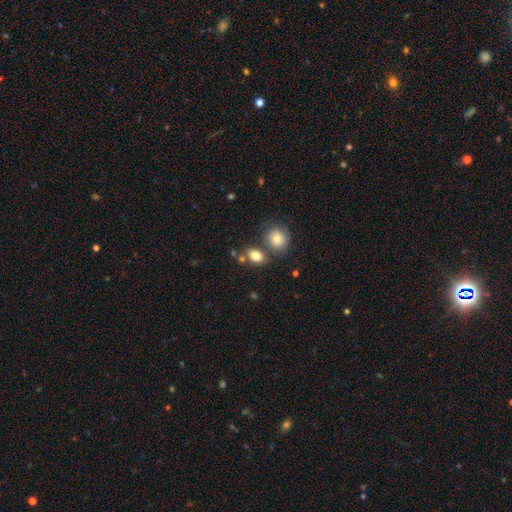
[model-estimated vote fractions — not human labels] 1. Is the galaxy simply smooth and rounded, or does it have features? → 82% smooth, 9% featured or disk, 9% star or artifact.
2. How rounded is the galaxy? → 75% in between, 23% round, 2% cigar-shaped.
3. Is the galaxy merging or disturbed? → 59% none, 25% merger, 12% minor disturbance, 4% major disturbance.